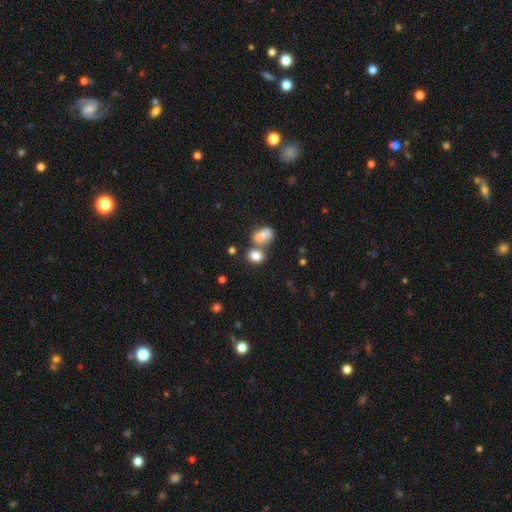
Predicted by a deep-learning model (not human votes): This is clearly a smooth galaxy (81%). How rounded: likely in between (64%). Merging: possibly none (45%).